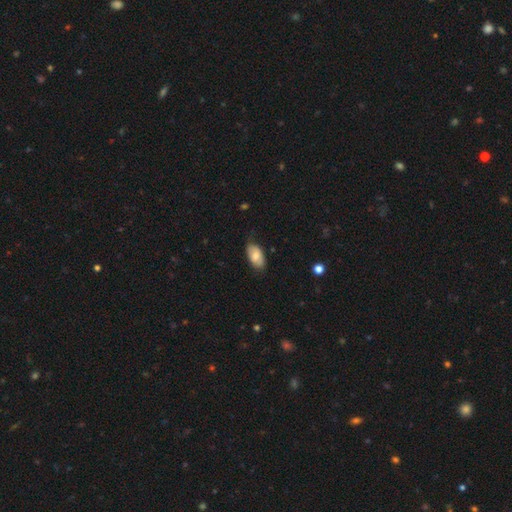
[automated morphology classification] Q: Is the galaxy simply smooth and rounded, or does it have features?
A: smooth — 75%.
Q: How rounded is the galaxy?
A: in between — 94%.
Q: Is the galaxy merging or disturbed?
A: none — 77%.